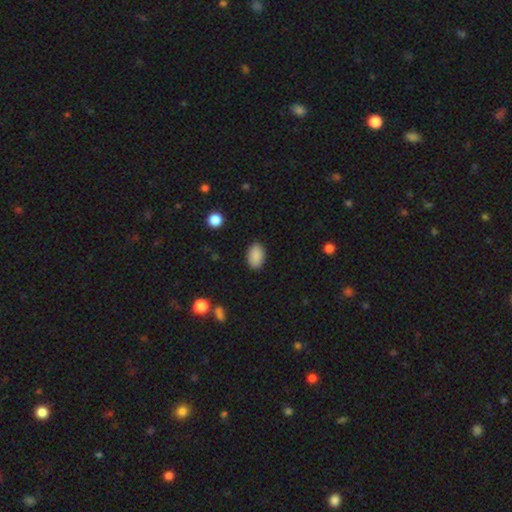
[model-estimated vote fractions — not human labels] Smooth or featured? Predicted: smooth (p=0.89). How rounded? Predicted: in between (p=0.91). Merging? Predicted: none (p=0.87).